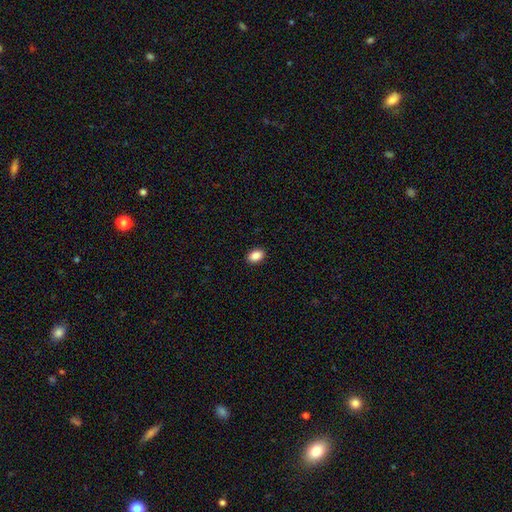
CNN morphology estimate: A smooth galaxy with no disk features (89%) that is in between round and cigar-shaped (83%).

Vote fractions:
- Smooth or featured? smooth: 89% / star or artifact: 8% / featured or disk: 3%
- How rounded? in between: 83% / round: 16% / cigar-shaped: 1%
- Merging? none: 91% / minor disturbance: 6% / major disturbance: 2% / merger: 1%